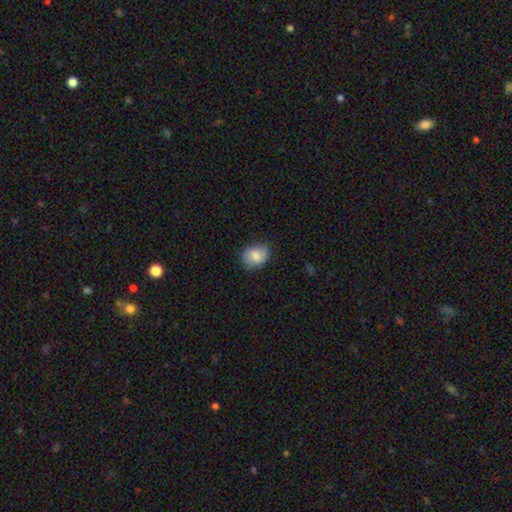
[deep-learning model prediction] smooth 81%, featured or disk 12%, star or artifact 7%. Down the decision tree: how rounded — in between (50%); merging — none (77%).